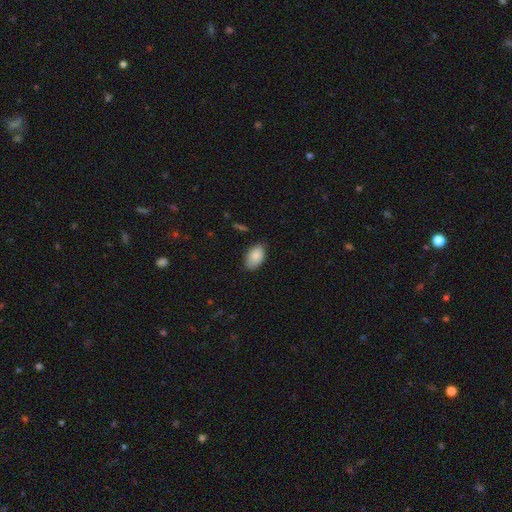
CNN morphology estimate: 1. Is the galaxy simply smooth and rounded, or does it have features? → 88% smooth, 6% star or artifact, 6% featured or disk.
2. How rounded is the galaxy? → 92% in between, 7% round, 1% cigar-shaped.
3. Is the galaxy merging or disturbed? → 76% none, 20% minor disturbance, 3% major disturbance, 1% merger.